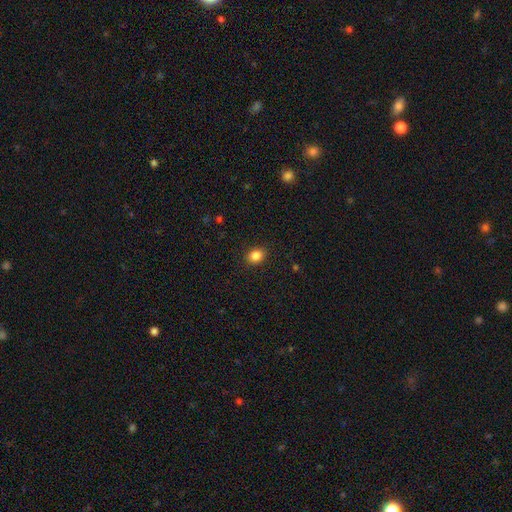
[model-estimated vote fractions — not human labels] Q: Smooth or featured?
A: smooth (85%); runner-up: star or artifact (10%)
Q: How rounded?
A: in between (55%); runner-up: round (44%)
Q: Merging?
A: none (89%); runner-up: minor disturbance (8%)